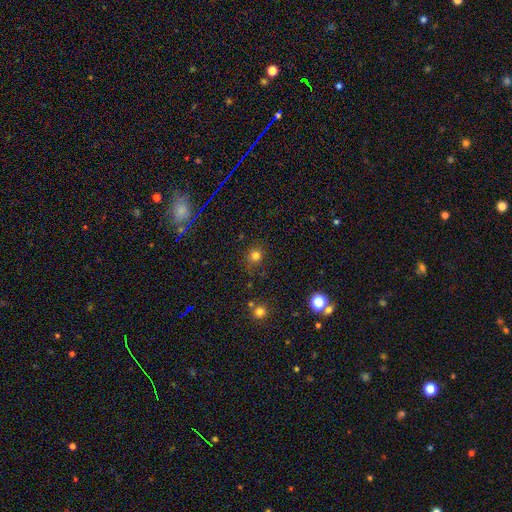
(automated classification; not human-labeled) smooth 76%, star or artifact 18%, featured or disk 6%. Down the decision tree: how rounded — round (84%); merging — none (74%).